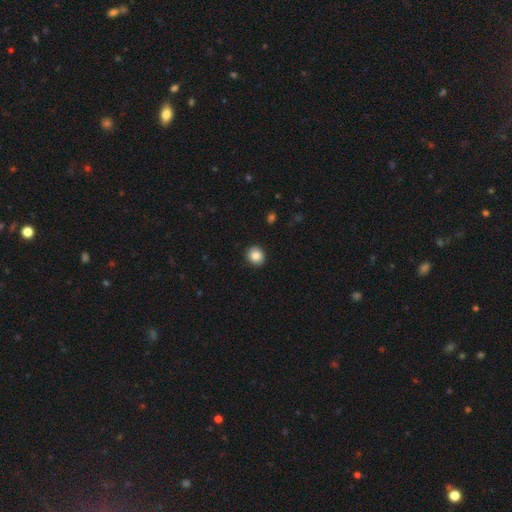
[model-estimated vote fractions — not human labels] smooth 87%, star or artifact 9%, featured or disk 5%. Down the decision tree: how rounded — round (82%); merging — none (92%).